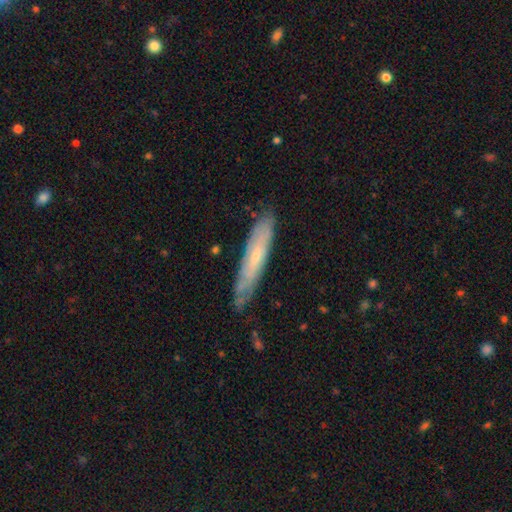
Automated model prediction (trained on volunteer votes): Q: Smooth or featured?
A: featured or disk (54%); runner-up: smooth (40%)
Q: Edge-on disk?
A: yes (53%); runner-up: no (47%)
Q: Merging?
A: none (73%); runner-up: minor disturbance (21%)